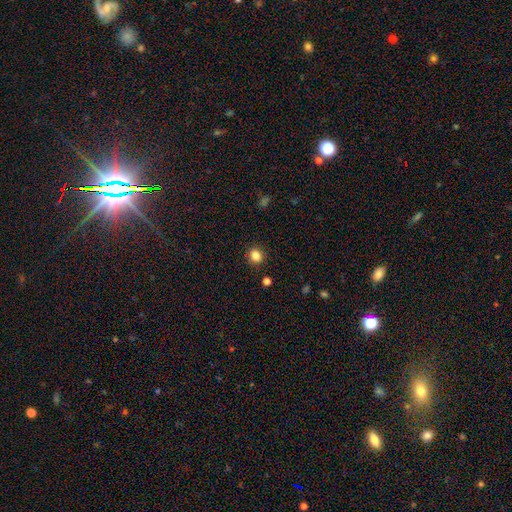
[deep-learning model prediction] Smooth or featured: smooth — 83% (star or artifact — 12%)
How rounded: round — 79% (in between — 20%)
Merging: none — 90% (minor disturbance — 7%)